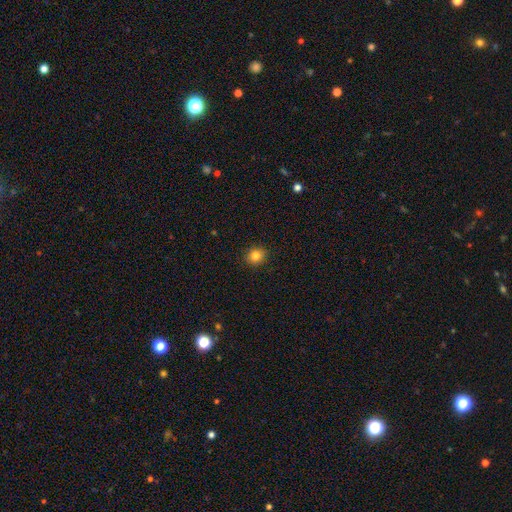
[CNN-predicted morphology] A smooth galaxy with no disk features (84%) that is round (85%).

Vote fractions:
- Smooth or featured? smooth: 84% / star or artifact: 11% / featured or disk: 5%
- How rounded? round: 85% / in between: 15% / cigar-shaped: 1%
- Merging? none: 90% / minor disturbance: 7% / major disturbance: 2% / merger: 1%